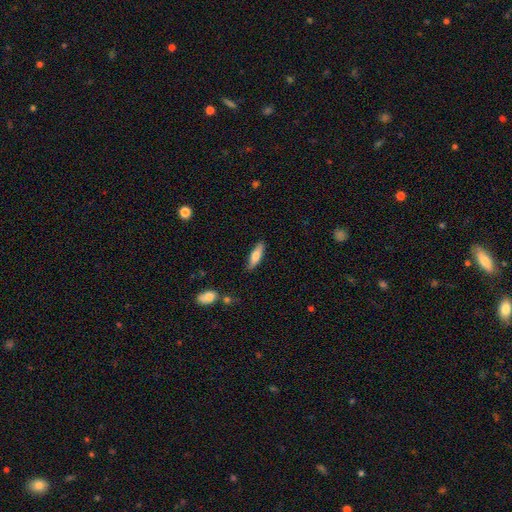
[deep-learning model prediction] Smooth or featured? Predicted: smooth (p=0.71). How rounded? Predicted: cigar-shaped (p=0.60). Merging? Predicted: none (p=0.84).